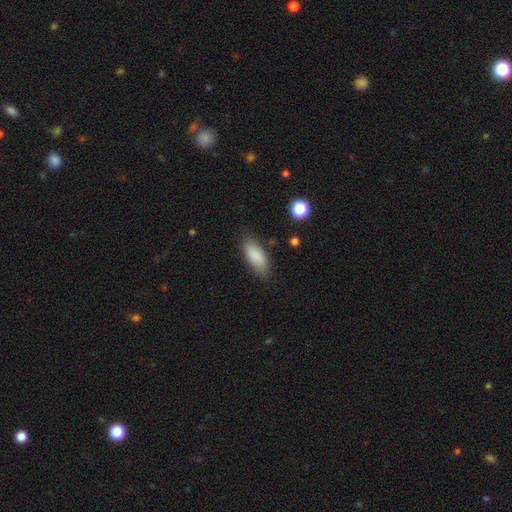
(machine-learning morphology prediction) The model was most divided on "how rounded": in between: 81%, cigar-shaped: 17%, round: 2%. More confident: smooth or featured — smooth (87%); merging — none (84%).